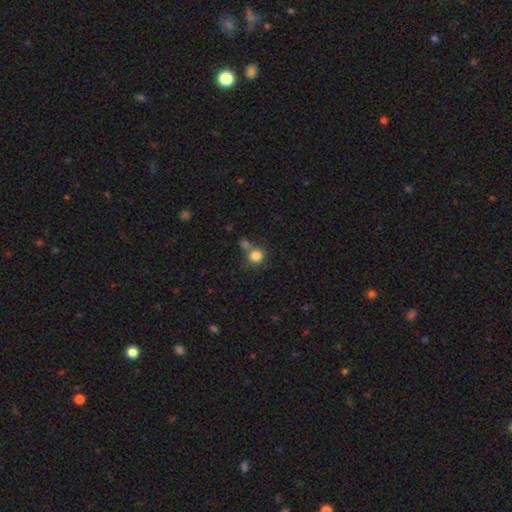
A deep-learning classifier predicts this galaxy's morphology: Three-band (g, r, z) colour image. It shows a smooth galaxy with no disk features (83%) that is round (89%). Merging: none (58%).